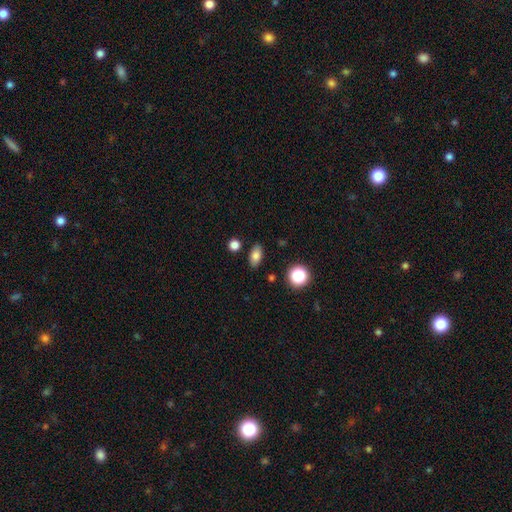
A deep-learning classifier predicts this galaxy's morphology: This appears to be a smooth galaxy with no disk features (81%) that is in between round and cigar-shaped (86%). Merging: none (86%).